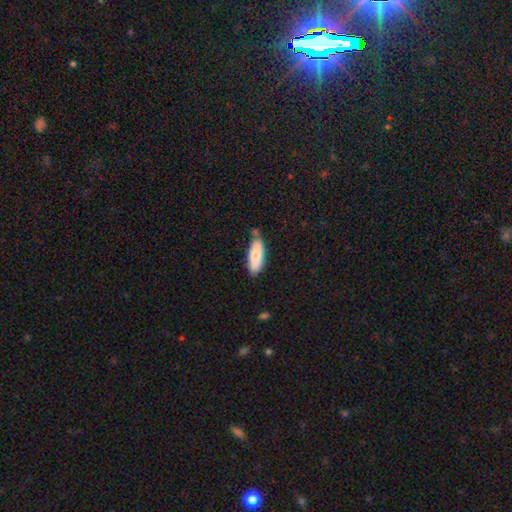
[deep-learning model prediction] smooth 77%, featured or disk 17%, star or artifact 6%. Down the decision tree: how rounded — in between (68%); merging — none (69%).